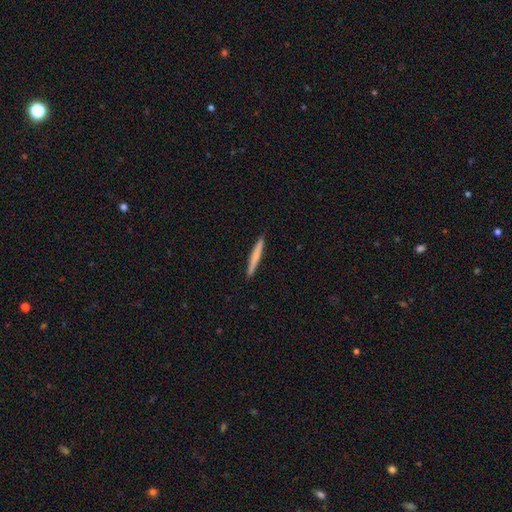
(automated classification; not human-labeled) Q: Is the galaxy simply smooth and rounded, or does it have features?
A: smooth — 69%.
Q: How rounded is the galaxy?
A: cigar-shaped — 96%.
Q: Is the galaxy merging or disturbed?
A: none — 92%.